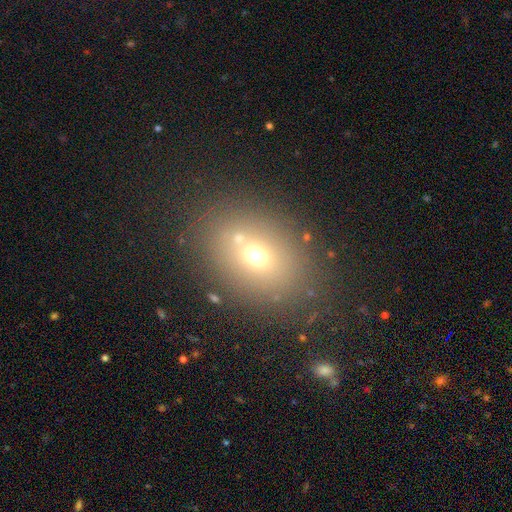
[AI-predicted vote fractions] Smooth or featured?
  - smooth: 63% *
  - star or artifact: 21%
  - featured or disk: 16%
How rounded?
  - in between: 59% *
  - round: 39%
  - cigar-shaped: 1%
Merging?
  - none: 72% *
  - merger: 12%
  - minor disturbance: 10%
  - major disturbance: 5%